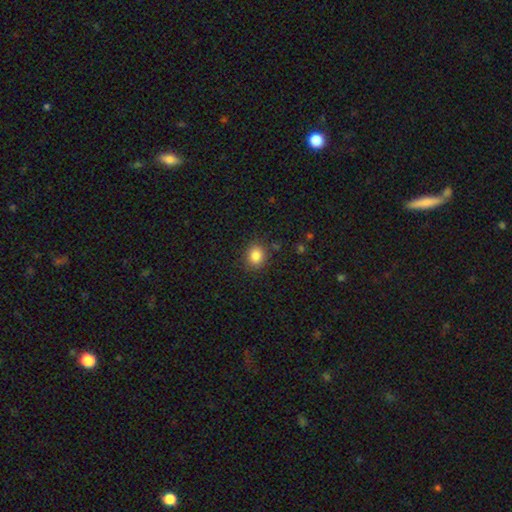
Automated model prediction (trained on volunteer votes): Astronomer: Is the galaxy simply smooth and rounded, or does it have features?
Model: smooth — 85%.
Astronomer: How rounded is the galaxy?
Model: round — 71%.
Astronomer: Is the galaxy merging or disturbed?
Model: none — 86%.